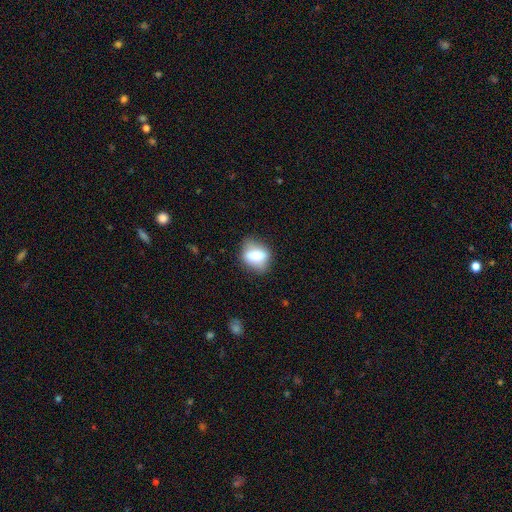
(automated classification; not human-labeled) The model was most divided on "how rounded": in between: 66%, round: 28%, cigar-shaped: 5%. More confident: smooth or featured — smooth (71%); merging — none (70%).